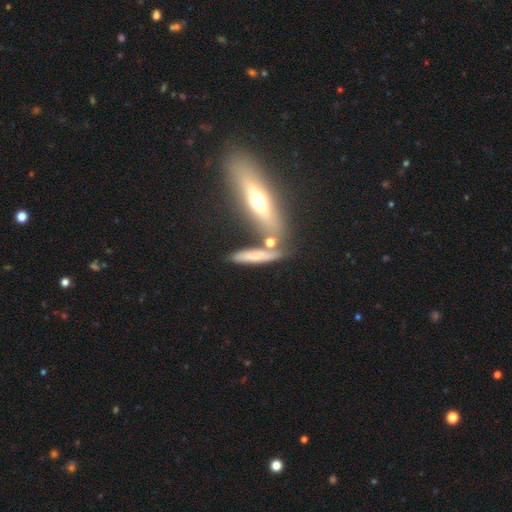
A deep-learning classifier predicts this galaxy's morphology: smooth-or-featured: smooth: 54% | featured or disk: 37% | star or artifact: 10%
  how-rounded: cigar-shaped: 78% | in between: 17% | round: 5%
  merging: none: 64% | merger: 17% | minor disturbance: 14% | major disturbance: 5%